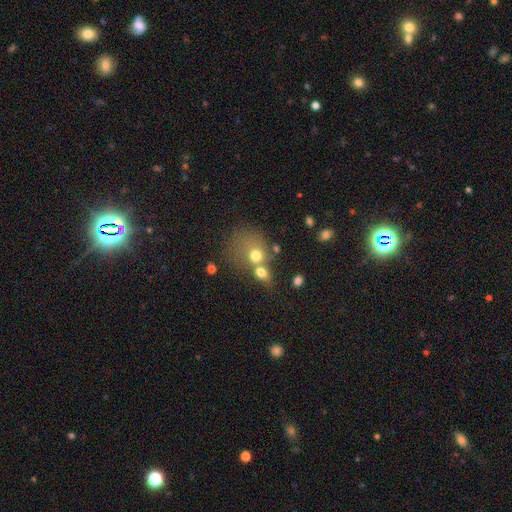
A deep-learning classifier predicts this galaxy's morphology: A smooth galaxy with no disk features (68%) that is round (62%).

Vote fractions:
- Smooth or featured? smooth: 68% / featured or disk: 19% / star or artifact: 13%
- How rounded? round: 62% / in between: 37% / cigar-shaped: 1%
- Merging? merger: 57% / none: 23% / major disturbance: 11% / minor disturbance: 9%